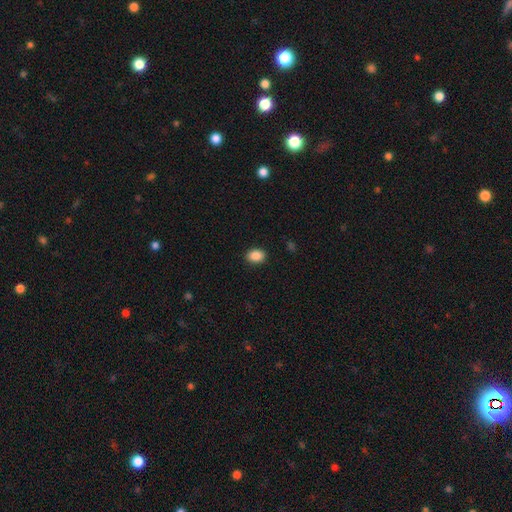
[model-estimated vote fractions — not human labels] A smooth galaxy with no disk features (88%) that is in between round and cigar-shaped (72%). Merging: none (90%).